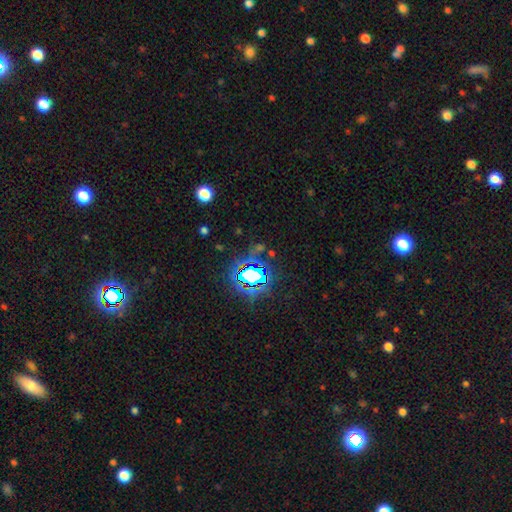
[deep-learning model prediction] A star or artifact, not a galaxy (81%).